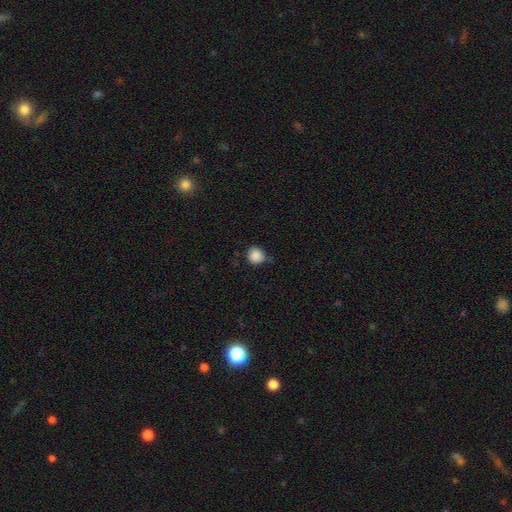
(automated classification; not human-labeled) Q: Smooth or featured?
A: smooth (88%); runner-up: star or artifact (9%)
Q: How rounded?
A: round (90%); runner-up: in between (9%)
Q: Merging?
A: none (73%); runner-up: minor disturbance (19%)